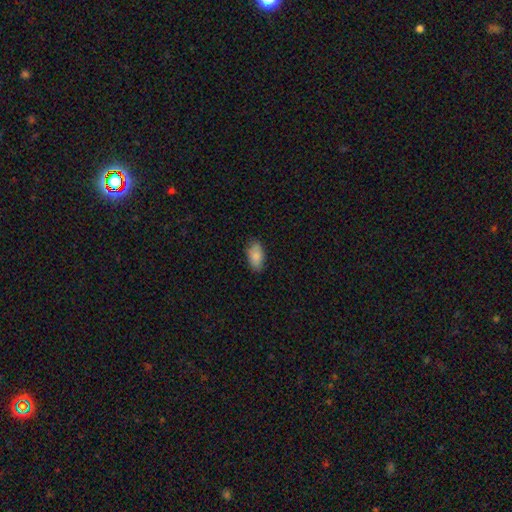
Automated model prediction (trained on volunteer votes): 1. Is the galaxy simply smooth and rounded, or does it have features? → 86% smooth, 7% featured or disk, 7% star or artifact.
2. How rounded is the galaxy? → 93% in between, 4% round, 3% cigar-shaped.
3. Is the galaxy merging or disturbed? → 83% none, 13% minor disturbance, 3% major disturbance, 1% merger.